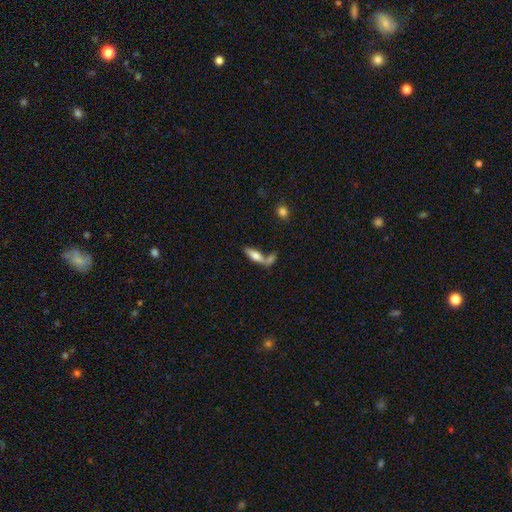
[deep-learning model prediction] A smooth galaxy with no disk features (63%) that is in between round and cigar-shaped (50%). Merging: merger (41%, tied with none).